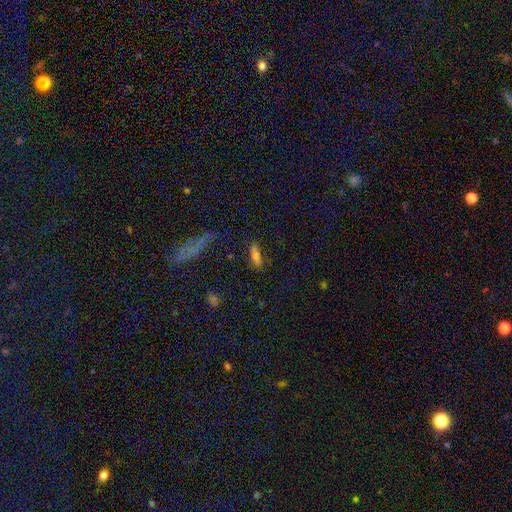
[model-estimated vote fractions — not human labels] Smooth or featured? Predicted: smooth (p=0.58). How rounded? Predicted: in between (p=0.58). Merging? Predicted: none (p=0.64).